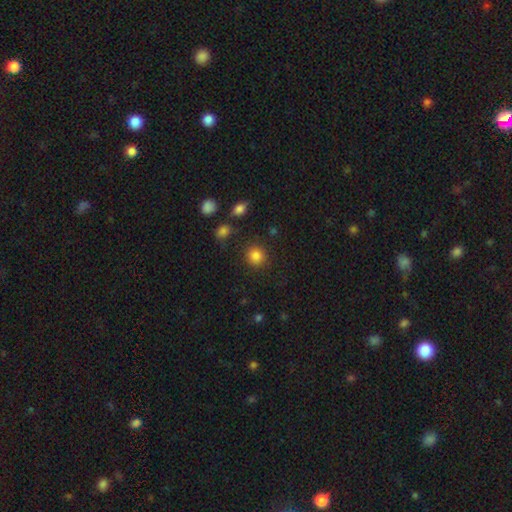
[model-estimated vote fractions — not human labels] Overall: smooth (84%). How rounded: round (88%). Merging: none (87%).